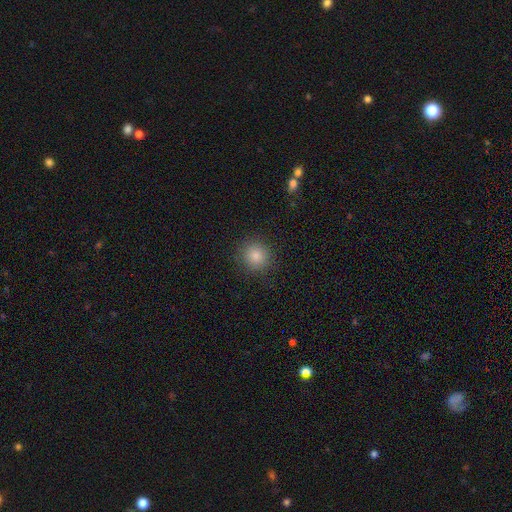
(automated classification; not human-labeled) Morphology: type=smooth (85%); roundness=round (90%); merging=none (90%).